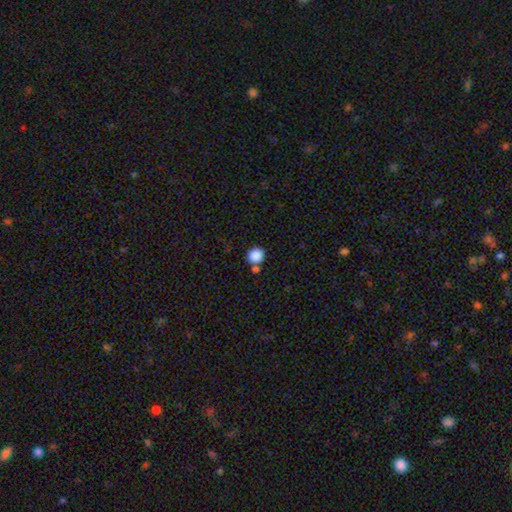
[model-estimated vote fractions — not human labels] A smooth galaxy with no disk features (88%) that is round (87%).

Vote fractions:
- Smooth or featured? smooth: 88% / star or artifact: 9% / featured or disk: 3%
- How rounded? round: 87% / in between: 12% / cigar-shaped: 1%
- Merging? none: 74% / merger: 14% / minor disturbance: 9% / major disturbance: 3%